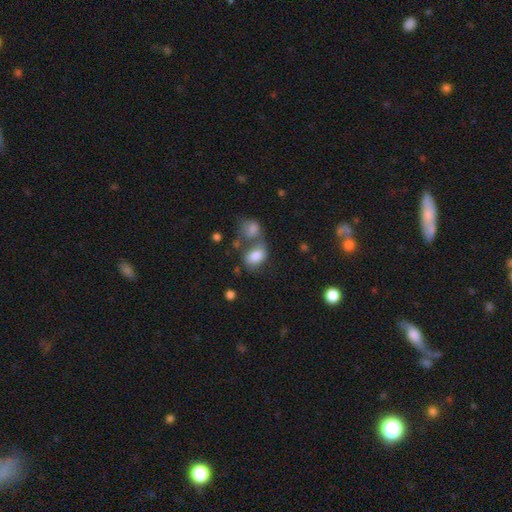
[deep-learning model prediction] A smooth galaxy with no disk features (75%) that is in between round and cigar-shaped (74%). Merging: merger (46%).